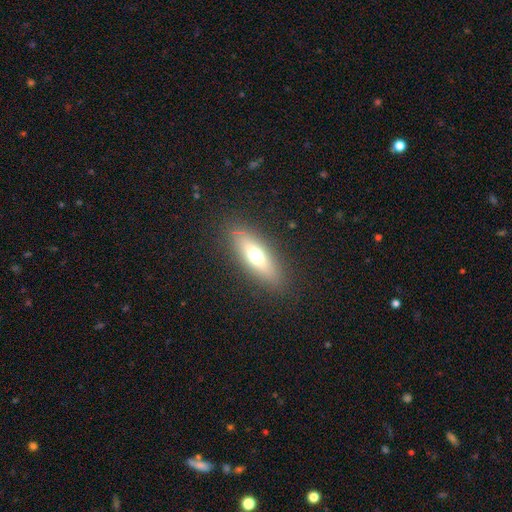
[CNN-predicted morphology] Smooth or featured? Predicted: smooth (p=0.59). How rounded? Predicted: in between (p=0.55). Merging? Predicted: none (p=0.86).